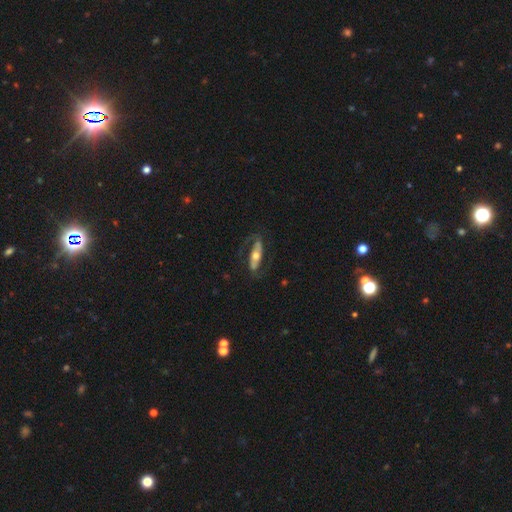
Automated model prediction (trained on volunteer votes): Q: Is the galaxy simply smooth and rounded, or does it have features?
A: featured or disk — 63%.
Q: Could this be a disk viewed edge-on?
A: no — 72%.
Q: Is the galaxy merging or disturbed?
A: none — 67%.